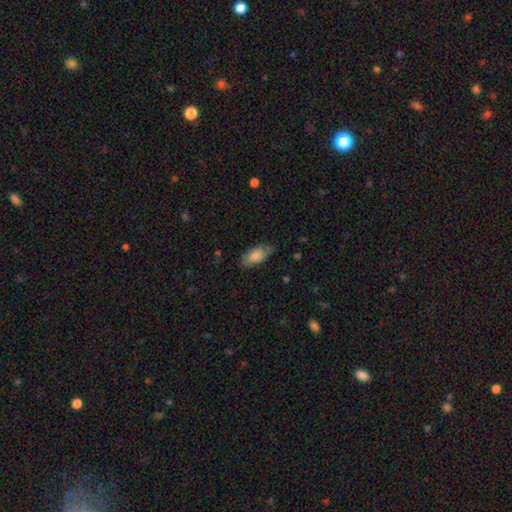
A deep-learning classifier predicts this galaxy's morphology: Smooth or featured?
  - smooth: 82% *
  - featured or disk: 12%
  - star or artifact: 7%
How rounded?
  - in between: 91% *
  - cigar-shaped: 7%
  - round: 3%
Merging?
  - none: 70% *
  - minor disturbance: 24%
  - major disturbance: 5%
  - merger: 2%